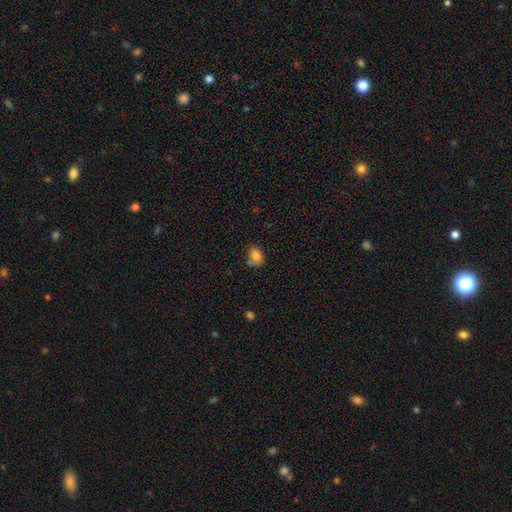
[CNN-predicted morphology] Smooth or featured? smooth (79%)
How rounded? in between (64%)
Merging? none (49%)